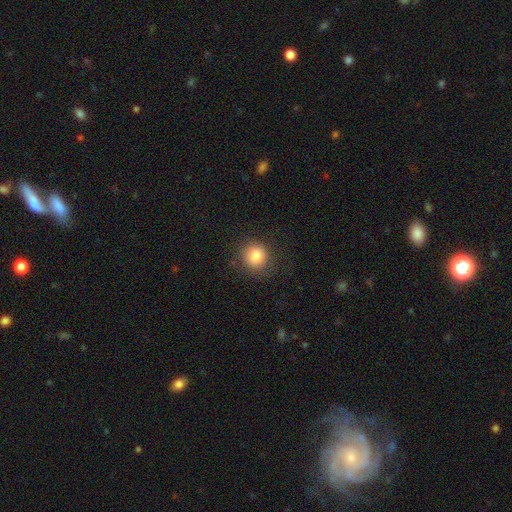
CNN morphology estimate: A smooth galaxy with no disk features (84%) that is round (90%). Merging: none (84%).